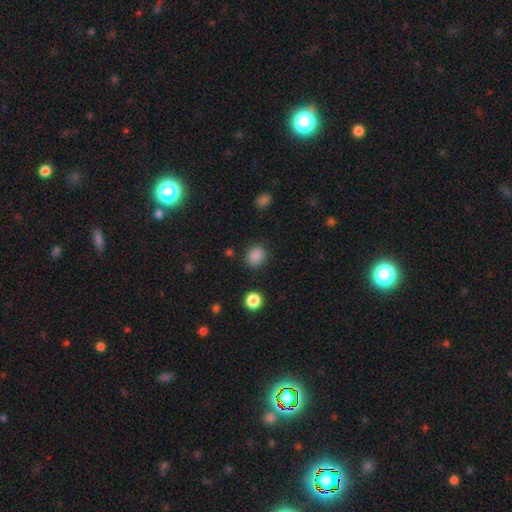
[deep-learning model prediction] Smooth or featured? Predicted: smooth (p=0.86). How rounded? Predicted: round (p=0.64). Merging? Predicted: none (p=0.86).